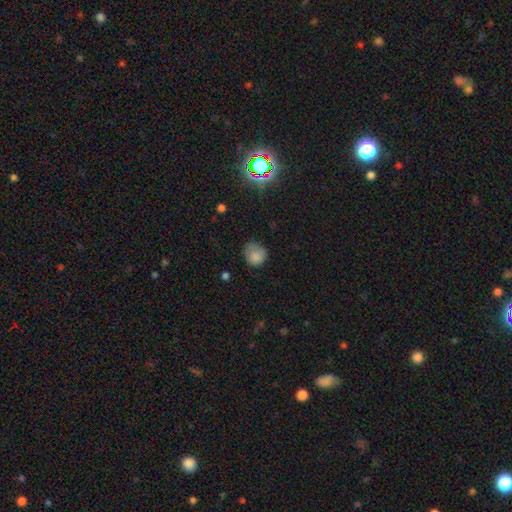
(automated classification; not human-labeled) Q: Smooth or featured?
A: smooth (80%); runner-up: star or artifact (11%)
Q: How rounded?
A: round (77%); runner-up: in between (22%)
Q: Merging?
A: none (61%); runner-up: minor disturbance (28%)